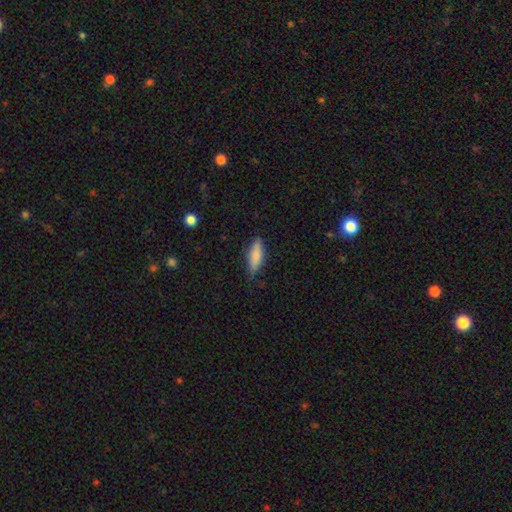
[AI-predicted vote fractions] Smooth or featured? smooth (80%)
How rounded? cigar-shaped (51%)
Merging? none (73%)